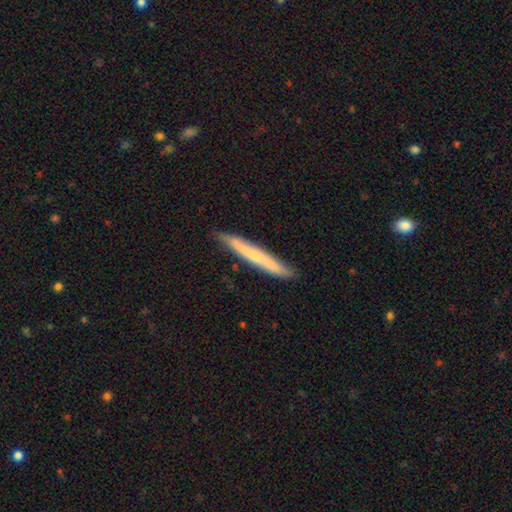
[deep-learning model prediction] A featured or disk galaxy (48%).

Vote fractions:
- Smooth or featured? featured or disk: 48% / smooth: 47% / star or artifact: 6%
- Merging? none: 86% / minor disturbance: 11% / major disturbance: 2% / merger: 1%